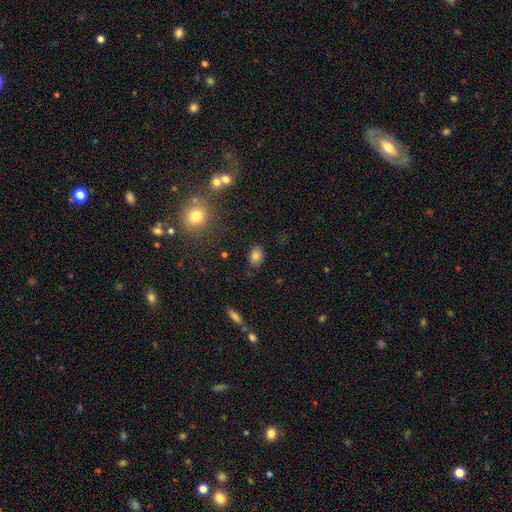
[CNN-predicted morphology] Smooth or featured?
  - smooth: 81% *
  - star or artifact: 11%
  - featured or disk: 7%
How rounded?
  - in between: 77% *
  - round: 22%
  - cigar-shaped: 1%
Merging?
  - none: 83% *
  - minor disturbance: 12%
  - major disturbance: 3%
  - merger: 2%